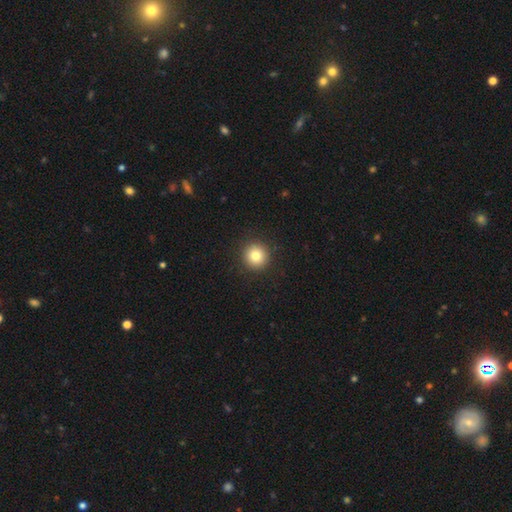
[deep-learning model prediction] Smooth or featured? smooth (82%)
How rounded? round (96%)
Merging? none (93%)